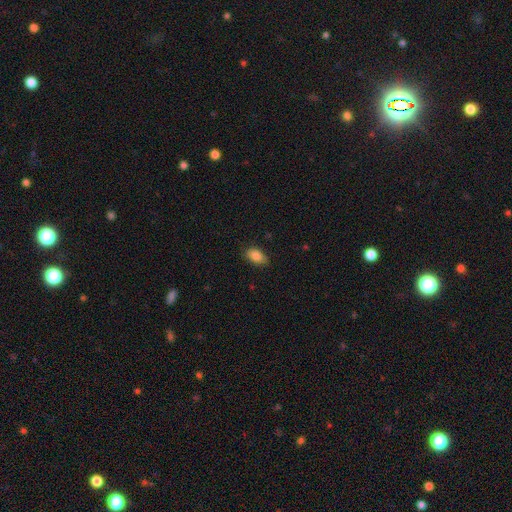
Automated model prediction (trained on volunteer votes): A smooth galaxy with no disk features (87%) that is in between round and cigar-shaped (91%).

Vote fractions:
- Smooth or featured? smooth: 87% / star or artifact: 8% / featured or disk: 5%
- How rounded? in between: 91% / round: 6% / cigar-shaped: 3%
- Merging? none: 80% / minor disturbance: 16% / major disturbance: 3% / merger: 1%